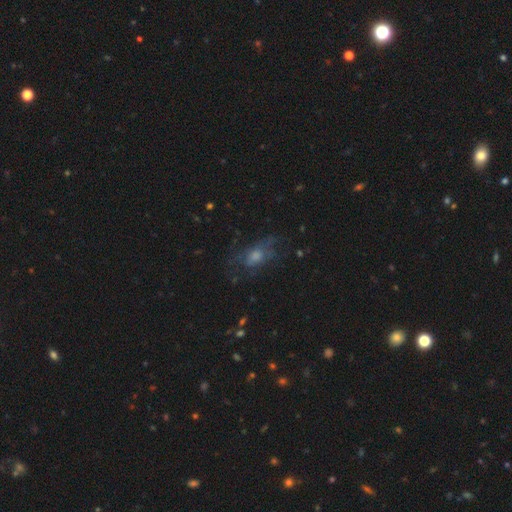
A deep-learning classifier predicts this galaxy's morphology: Smooth or featured? featured or disk (44%)
Merging? none (59%)